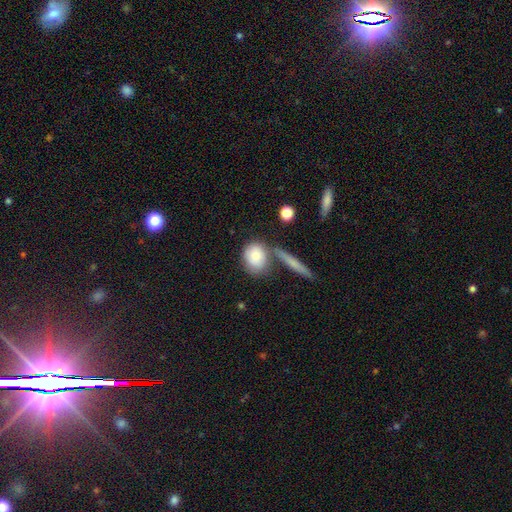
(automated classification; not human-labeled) This is likely a smooth galaxy (79%). How rounded: possibly round (58%). Merging: possibly none (57%).